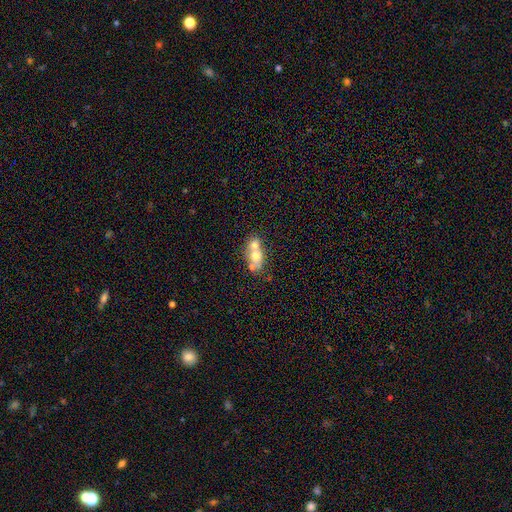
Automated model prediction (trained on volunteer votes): A smooth galaxy with no disk features (60%) that is in between round and cigar-shaped (55%).

Vote fractions:
- Smooth or featured? smooth: 60% / featured or disk: 30% / star or artifact: 11%
- How rounded? in between: 55% / round: 42% / cigar-shaped: 4%
- Merging? merger: 60% / none: 28% / minor disturbance: 8% / major disturbance: 4%